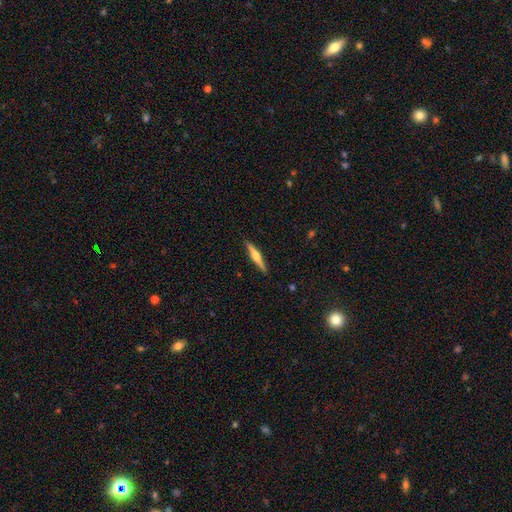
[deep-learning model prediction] Q: Smooth or featured?
A: featured or disk (69%); runner-up: smooth (25%)
Q: Edge-on disk?
A: yes (98%); runner-up: no (2%)
Q: Edge-on bulge?
A: rounded (86%); runner-up: boxy (9%)
Q: Merging?
A: none (91%); runner-up: minor disturbance (6%)